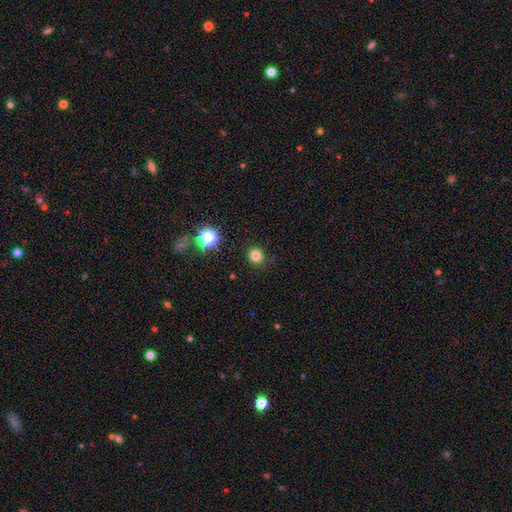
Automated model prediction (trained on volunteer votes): smooth_or_featured: smooth (p=0.80) [alt: star or artifact p=0.15]
how_rounded: round (p=0.90) [alt: in between p=0.09]
merging: none (p=0.89) [alt: minor disturbance p=0.08]